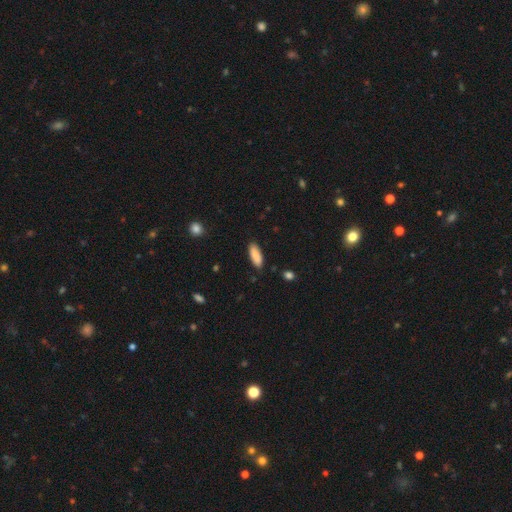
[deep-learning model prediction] Q: Smooth or featured?
A: smooth (89%); runner-up: star or artifact (6%)
Q: How rounded?
A: in between (67%); runner-up: cigar-shaped (31%)
Q: Merging?
A: none (87%); runner-up: minor disturbance (10%)